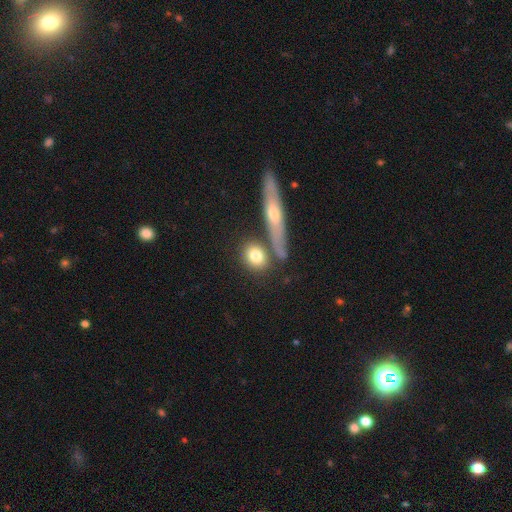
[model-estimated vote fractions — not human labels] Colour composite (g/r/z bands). It shows a smooth galaxy with no disk features (76%) that is round (51%). Merging: none (67%).